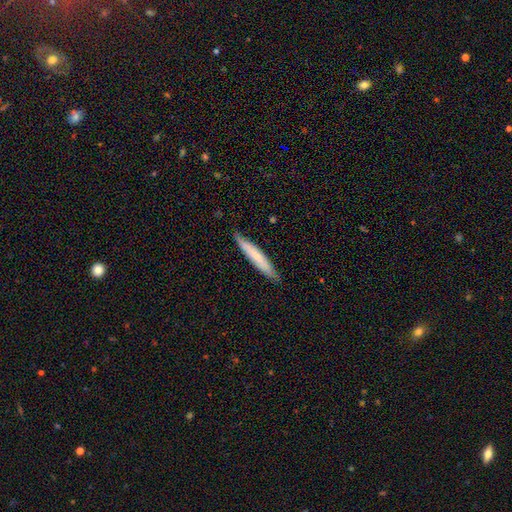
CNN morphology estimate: Smooth or featured: smooth — 65% (featured or disk — 30%)
How rounded: cigar-shaped — 93% (in between — 6%)
Merging: none — 85% (minor disturbance — 12%)